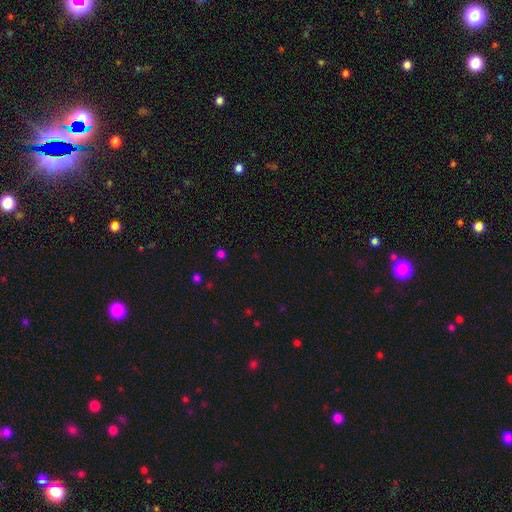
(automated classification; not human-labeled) Smooth or featured?
  - star or artifact: 56% *
  - smooth: 38%
  - featured or disk: 6%